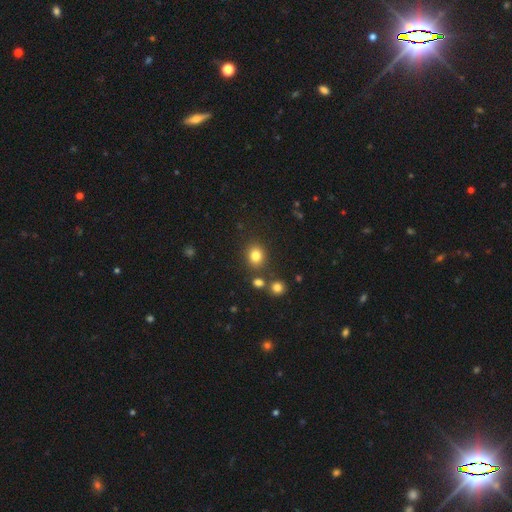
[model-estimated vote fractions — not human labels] Morphology: type=smooth (81%); roundness=round (67%); merging=none (80%).